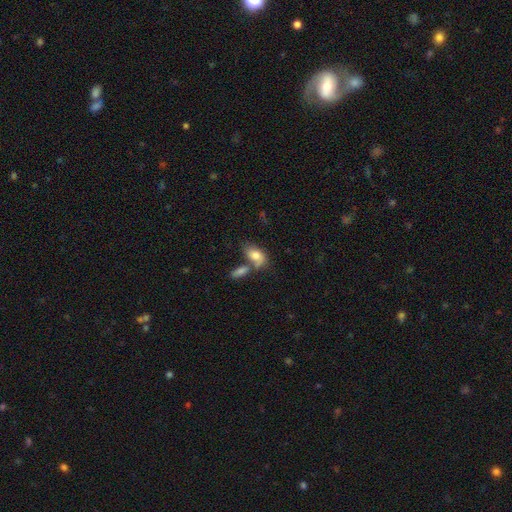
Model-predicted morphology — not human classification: This appears to be a smooth galaxy with no disk features (76%) that is in between round and cigar-shaped (90%). Merging: merger (40%).